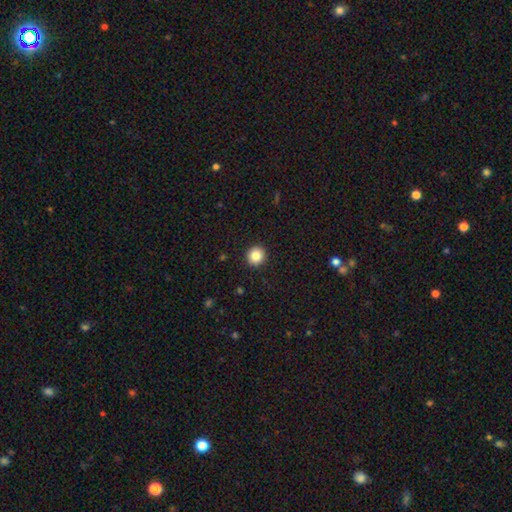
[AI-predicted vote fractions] Morphology: type=smooth (85%); roundness=round (91%); merging=none (93%).